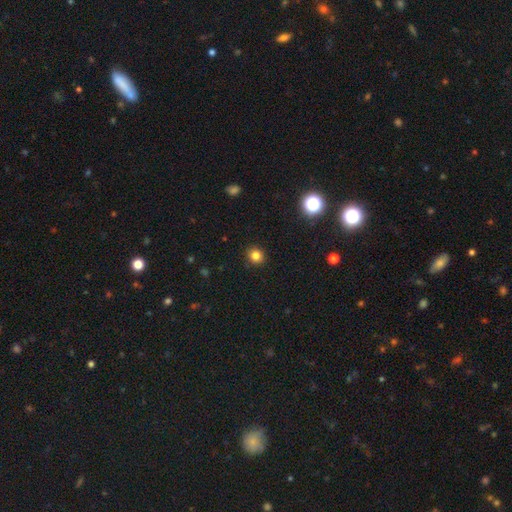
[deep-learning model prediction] This appears to be a smooth galaxy with no disk features (81%) that is round (85%). Merging: none (91%).